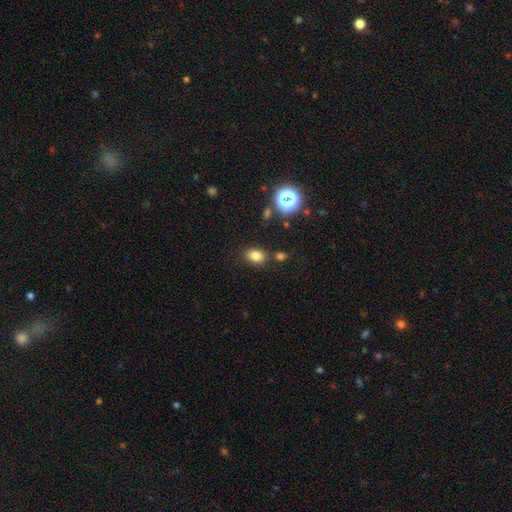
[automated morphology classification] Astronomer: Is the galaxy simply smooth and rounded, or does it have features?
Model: smooth — 79%.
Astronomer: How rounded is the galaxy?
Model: in between — 76%.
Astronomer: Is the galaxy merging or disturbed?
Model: none — 78%.